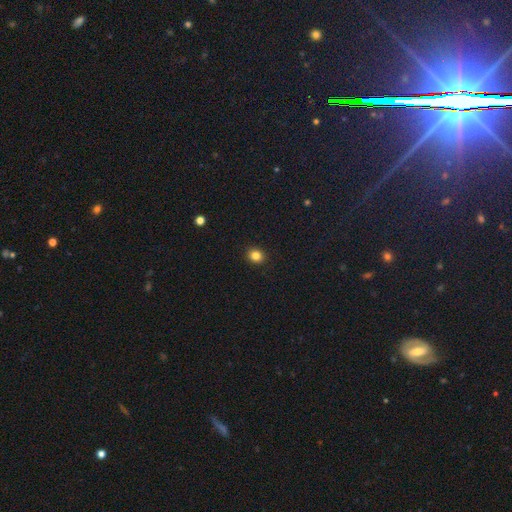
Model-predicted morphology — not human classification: smooth 84%, star or artifact 11%, featured or disk 5%. Down the decision tree: how rounded — round (72%); merging — none (92%).